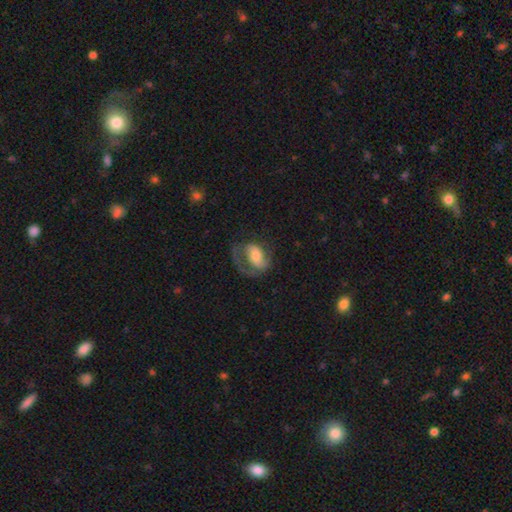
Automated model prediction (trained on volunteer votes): A featured or disk galaxy (63%) with no bar (45%), 2 (59%) medium (46%) spiral arms (83%) and a moderate central bulge (41%).

Vote fractions:
- Smooth or featured? featured or disk: 63% / smooth: 30% / star or artifact: 7%
- Edge-on disk? no: 97% / yes: 3%
- Bar? no: 45% / weak: 37% / strong: 18%
- Spiral arms? yes: 83% / no: 17%
- Spiral winding? medium: 46% / loose: 31% / tight: 23%
- Spiral arm count? 2: 59% / 1: 29% / can't tell: 9% / 3: 1% / 4: 1% / more than 4: 1%
- Bulge size? moderate: 41% / small: 30% / large: 18% / none: 8% / dominant: 3%
- Merging? none: 43% / major disturbance: 34% / minor disturbance: 21% / merger: 2%